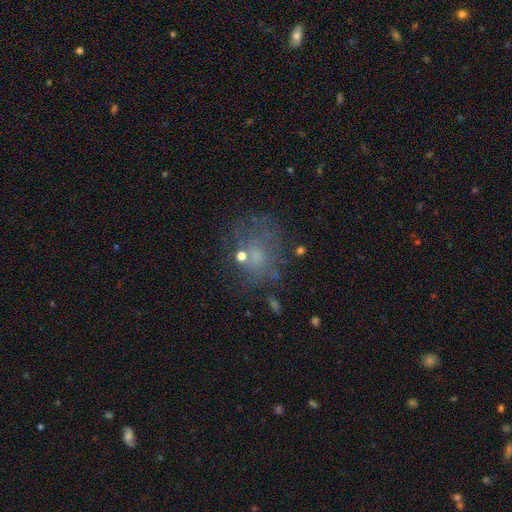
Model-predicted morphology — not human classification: This is marginally a smooth galaxy (44%). Merging: possibly none (56%).